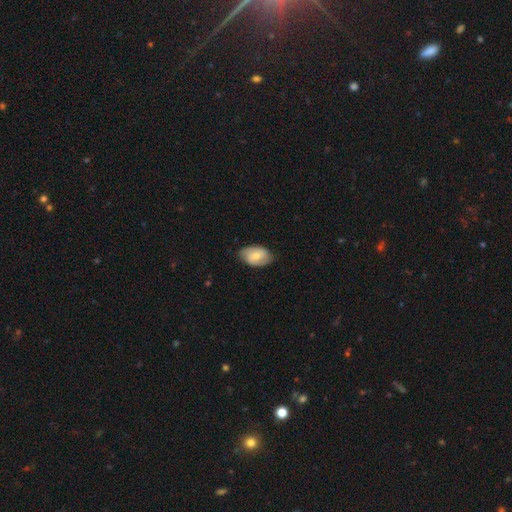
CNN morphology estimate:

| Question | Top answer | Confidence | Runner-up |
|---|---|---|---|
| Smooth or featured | smooth | 50% | featured or disk (44%) |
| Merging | none | 77% | minor disturbance (18%) |